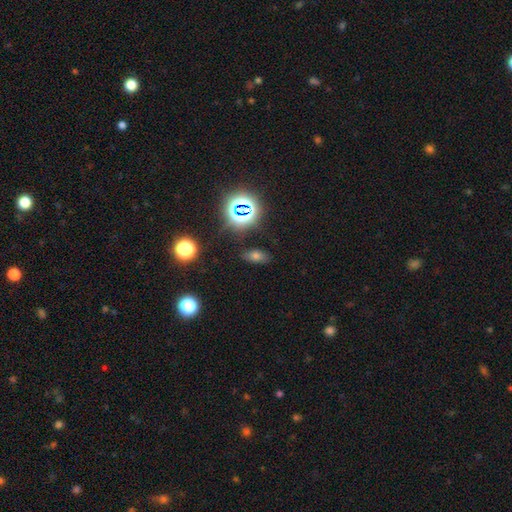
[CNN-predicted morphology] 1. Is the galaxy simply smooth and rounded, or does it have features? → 59% smooth, 29% star or artifact, 12% featured or disk.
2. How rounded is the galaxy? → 80% in between, 11% round, 9% cigar-shaped.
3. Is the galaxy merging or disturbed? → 84% none, 11% minor disturbance, 3% major disturbance, 2% merger.